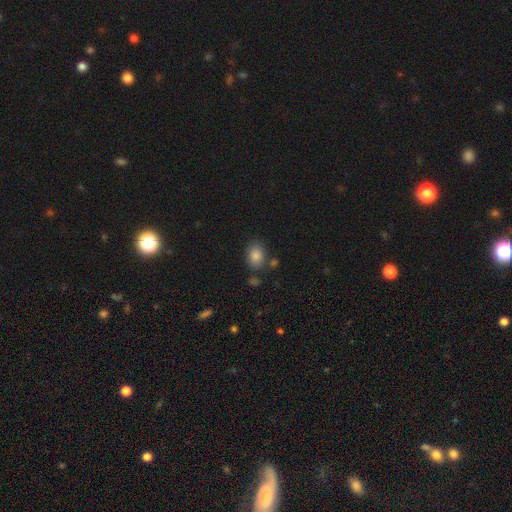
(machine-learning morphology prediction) This appears to be a smooth galaxy with no disk features (84%) that is in between round and cigar-shaped (63%). Merging: none (76%).